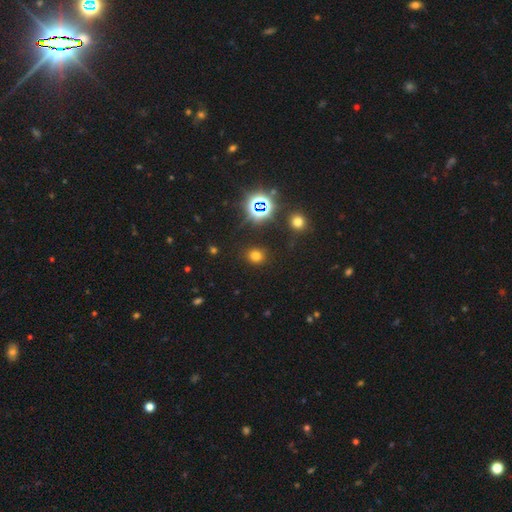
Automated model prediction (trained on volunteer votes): smooth-or-featured: smooth: 68% | star or artifact: 25% | featured or disk: 6%
  how-rounded: round: 80% | in between: 19% | cigar-shaped: 1%
  merging: none: 87% | minor disturbance: 8% | major disturbance: 3% | merger: 2%